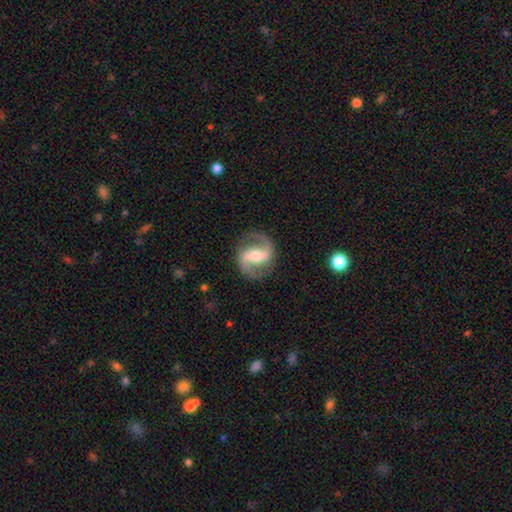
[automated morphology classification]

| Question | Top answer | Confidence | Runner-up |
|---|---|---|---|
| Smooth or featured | featured or disk | 90% | smooth (5%) |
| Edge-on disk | no | 98% | yes (2%) |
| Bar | weak | 40% | strong (39%) |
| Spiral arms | yes | 97% | no (3%) |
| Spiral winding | medium | 53% | loose (34%) |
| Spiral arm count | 2 | 94% | can't tell (2%) |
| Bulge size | moderate | 67% | small (23%) |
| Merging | none | 86% | minor disturbance (9%) |